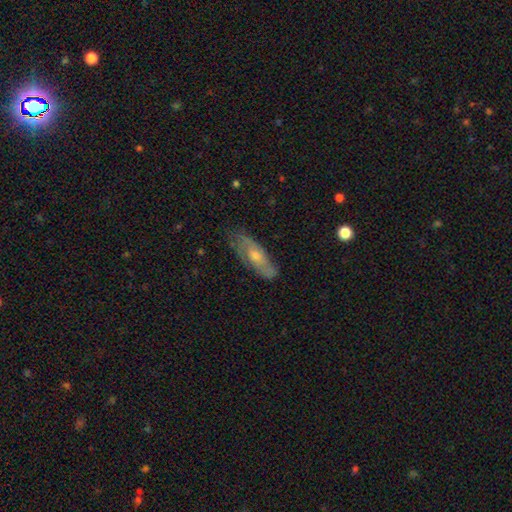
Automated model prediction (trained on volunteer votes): This appears to be a featured or disk galaxy (52%). Merging: none (74%).